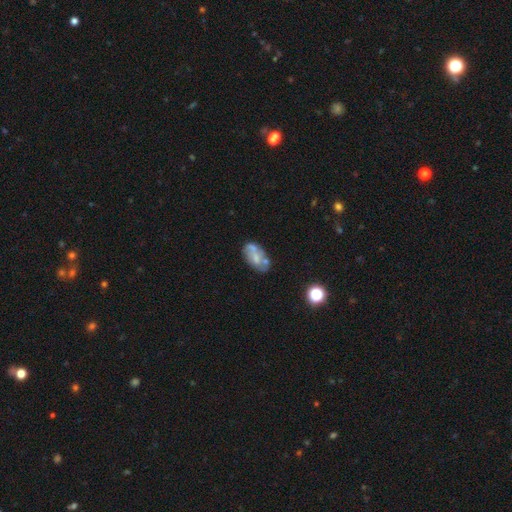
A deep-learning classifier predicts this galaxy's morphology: smooth_or_featured: featured or disk (p=0.51) [alt: smooth p=0.39]
disk_edge_on: no (p=0.96) [alt: yes p=0.04]
merging: none (p=0.48) [alt: minor disturbance p=0.24]